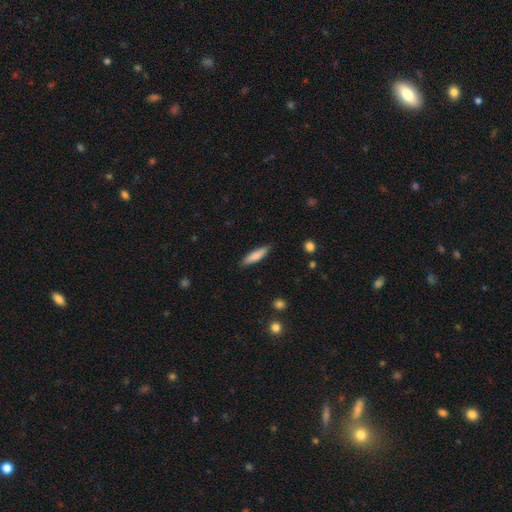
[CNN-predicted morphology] type=smooth (79%); roundness=cigar-shaped (78%); merging=none (86%).